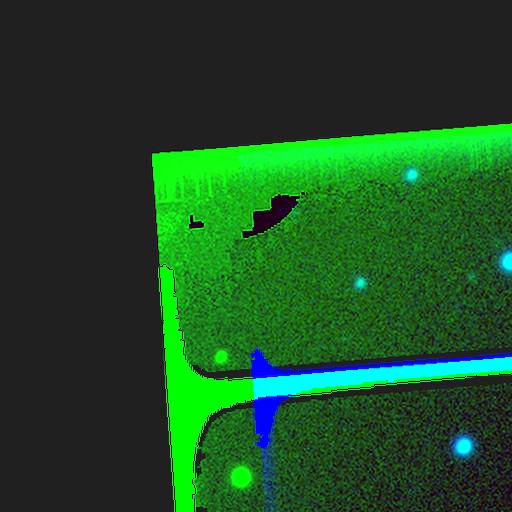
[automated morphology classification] type=star or artifact (88%).